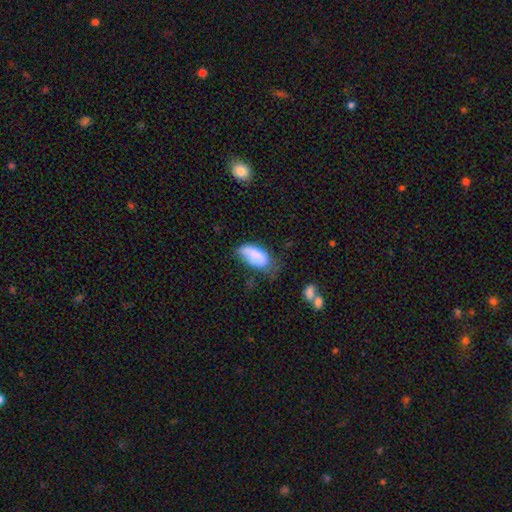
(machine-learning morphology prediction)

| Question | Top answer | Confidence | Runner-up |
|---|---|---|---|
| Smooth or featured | smooth | 80% | featured or disk (13%) |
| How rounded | in between | 93% | cigar-shaped (4%) |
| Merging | minor disturbance | 38% | none (32%) |